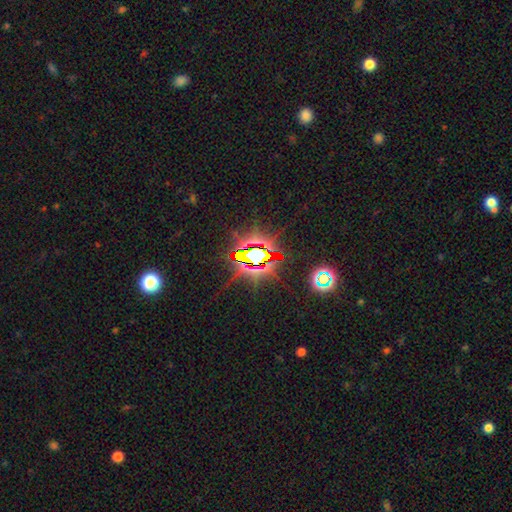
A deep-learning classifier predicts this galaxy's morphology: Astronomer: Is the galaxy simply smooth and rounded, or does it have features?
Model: star or artifact — 79%.